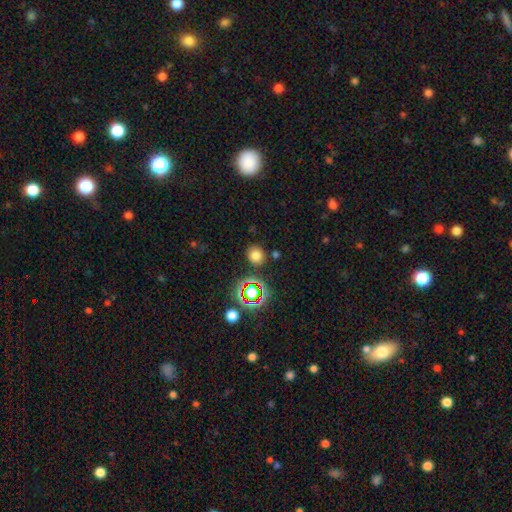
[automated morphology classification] Overall: smooth (73%). How rounded: round (77%). Merging: none (83%).